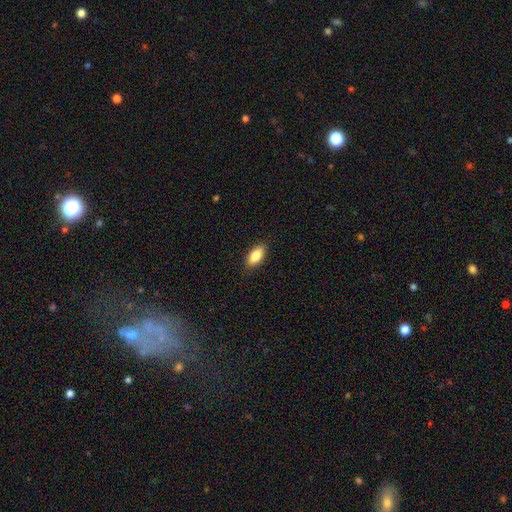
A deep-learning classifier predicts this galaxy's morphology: A smooth galaxy with no disk features (84%) that is in between round and cigar-shaped (89%). Merging: none (88%).